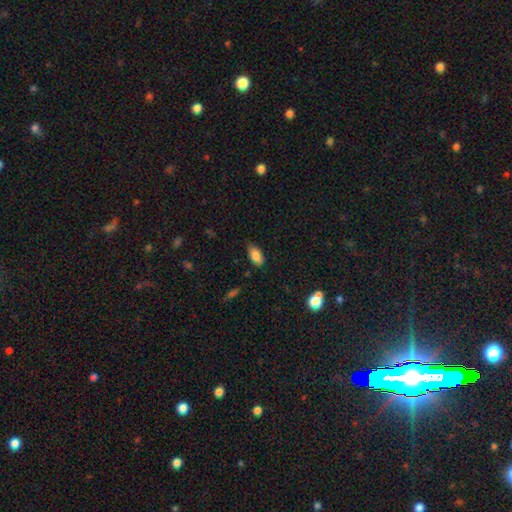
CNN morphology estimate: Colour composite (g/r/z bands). It shows a smooth galaxy with no disk features (84%) that is in between round and cigar-shaped (92%). Merging: none (75%).